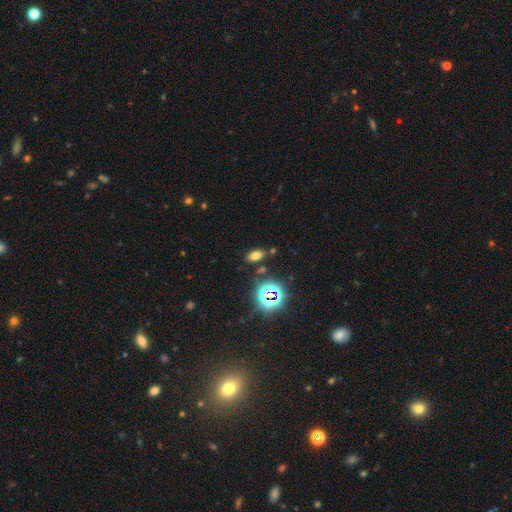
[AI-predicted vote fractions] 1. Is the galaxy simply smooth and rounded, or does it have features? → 60% smooth, 29% star or artifact, 11% featured or disk.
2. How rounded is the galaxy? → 85% in between, 11% round, 5% cigar-shaped.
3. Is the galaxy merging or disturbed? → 81% none, 10% minor disturbance, 5% merger, 3% major disturbance.